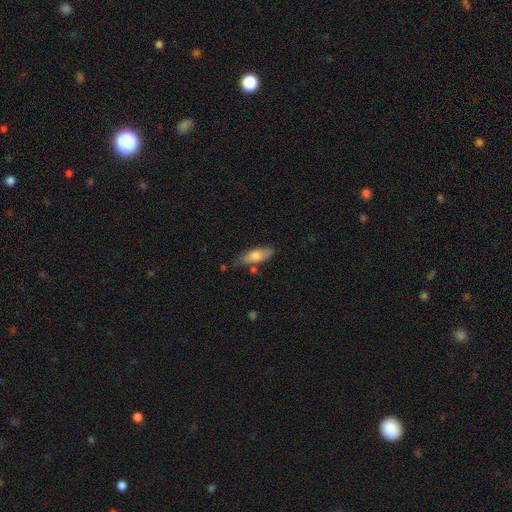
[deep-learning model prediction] This is likely a smooth galaxy (72%). How rounded: likely in between (65%). Merging: likely none (69%).